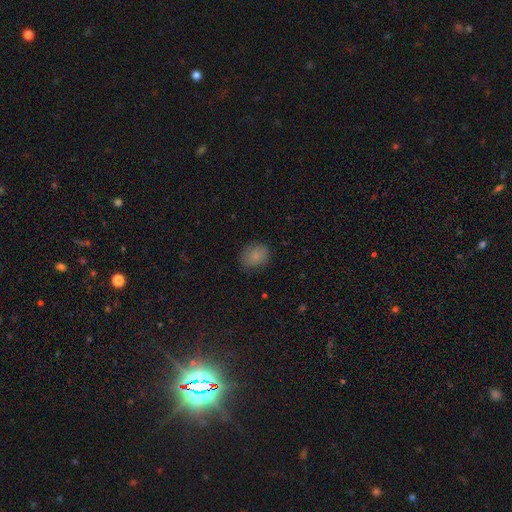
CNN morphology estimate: Smooth or featured?
  - smooth: 84% *
  - star or artifact: 9%
  - featured or disk: 7%
How rounded?
  - round: 56% *
  - in between: 43%
  - cigar-shaped: 1%
Merging?
  - none: 81% *
  - minor disturbance: 14%
  - major disturbance: 3%
  - merger: 1%